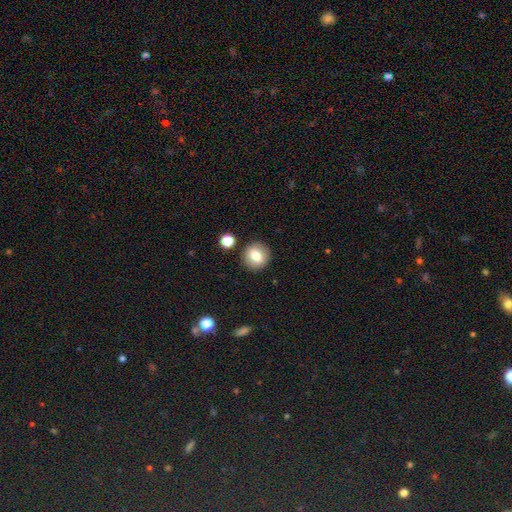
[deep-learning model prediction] The model was most divided on "smooth or featured": smooth: 76%, featured or disk: 14%, star or artifact: 9%. More confident: merging — none (87%); how rounded — round (86%).